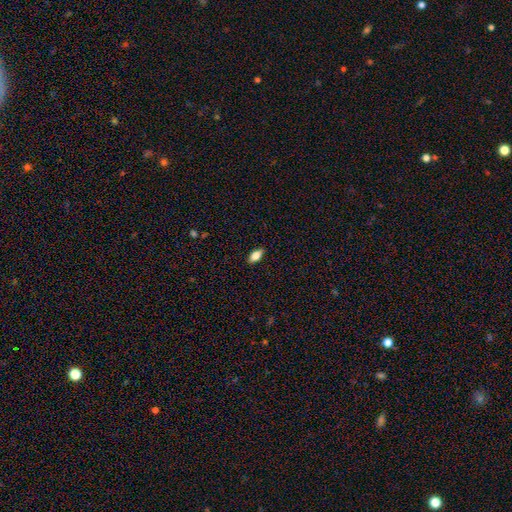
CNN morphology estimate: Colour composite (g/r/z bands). It shows a smooth galaxy with no disk features (78%) that is in between round and cigar-shaped (88%). Merging: none (88%).